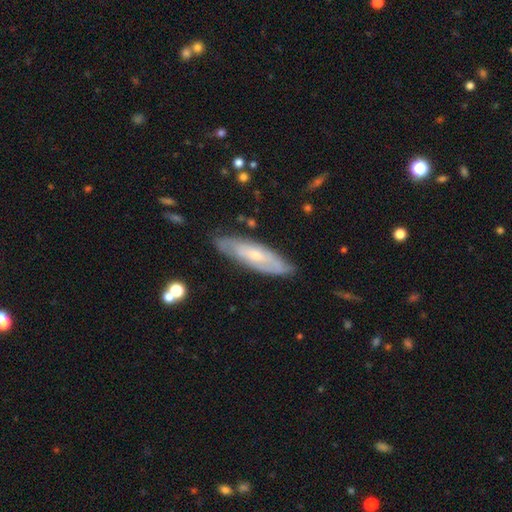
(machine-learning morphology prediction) type=featured or disk (58%); edge-on=no (67%); merging=none (80%).